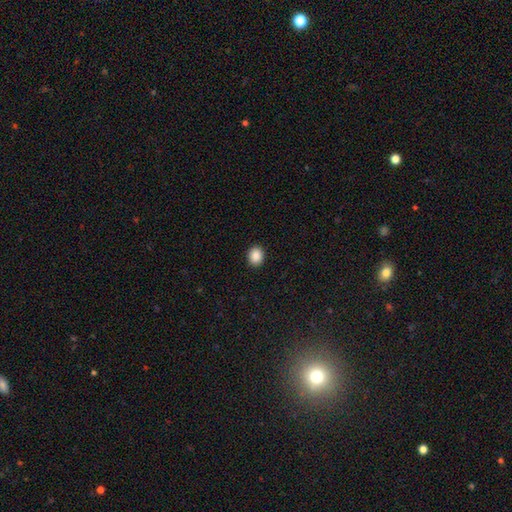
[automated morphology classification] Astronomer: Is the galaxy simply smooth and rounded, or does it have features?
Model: smooth — 89%.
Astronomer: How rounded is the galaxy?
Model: round — 61% (runner-up: in between, 38%).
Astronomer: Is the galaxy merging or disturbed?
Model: none — 92%.